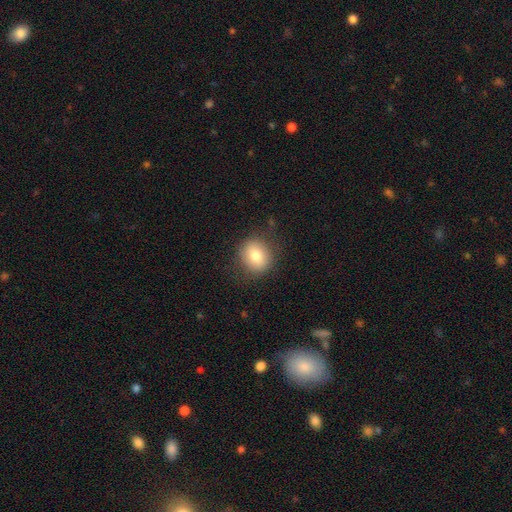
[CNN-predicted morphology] Overall: smooth (78%). How rounded: round (78%). Merging: none (84%).